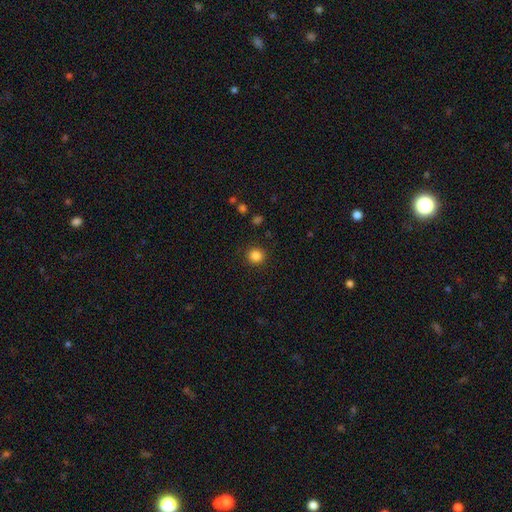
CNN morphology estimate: The model was most divided on "smooth or featured": smooth: 85%, star or artifact: 11%, featured or disk: 4%. More confident: how rounded — round (92%); merging — none (91%).